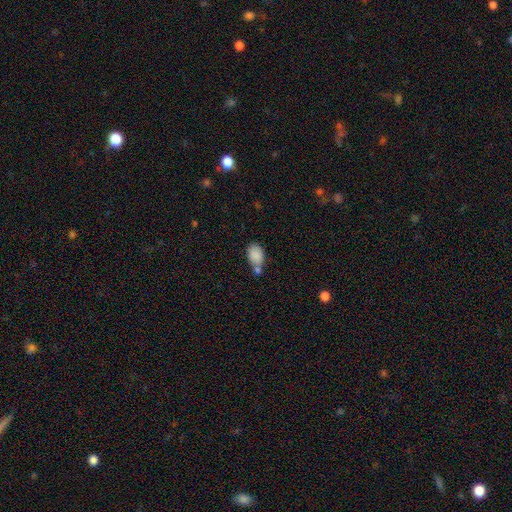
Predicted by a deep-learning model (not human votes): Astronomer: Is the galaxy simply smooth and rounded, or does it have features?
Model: smooth — 85%.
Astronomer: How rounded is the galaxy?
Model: in between — 84%.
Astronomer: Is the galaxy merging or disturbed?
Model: none — 44% (runner-up: merger, 34%).